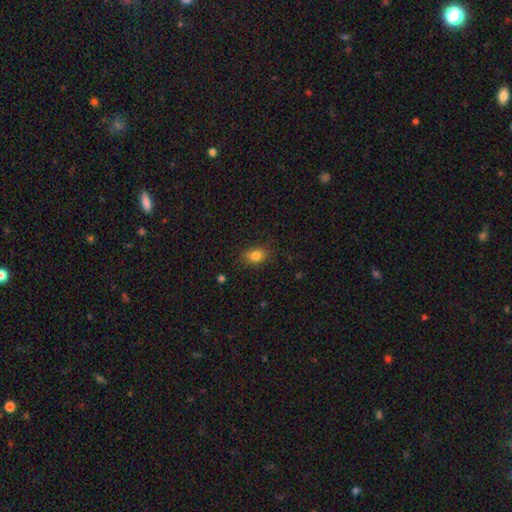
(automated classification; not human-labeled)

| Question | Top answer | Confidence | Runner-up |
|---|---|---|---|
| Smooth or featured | smooth | 83% | star or artifact (10%) |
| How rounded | in between | 74% | round (24%) |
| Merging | none | 83% | minor disturbance (13%) |